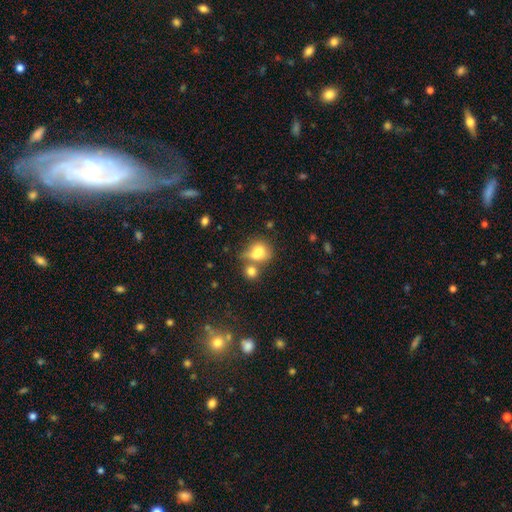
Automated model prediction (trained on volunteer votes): Smooth or featured: smooth — 70% (star or artifact — 17%)
How rounded: round — 73% (in between — 26%)
Merging: none — 50% (merger — 33%)